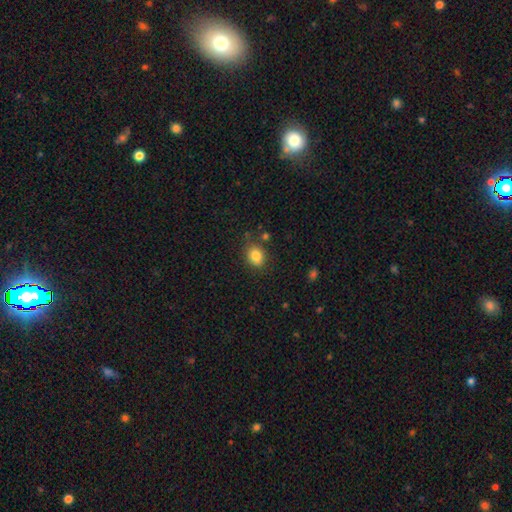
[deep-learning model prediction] smooth-or-featured: smooth: 83% | star or artifact: 10% | featured or disk: 7%
  how-rounded: in between: 51% | round: 48% | cigar-shaped: 1%
  merging: none: 76% | minor disturbance: 15% | merger: 5% | major disturbance: 4%